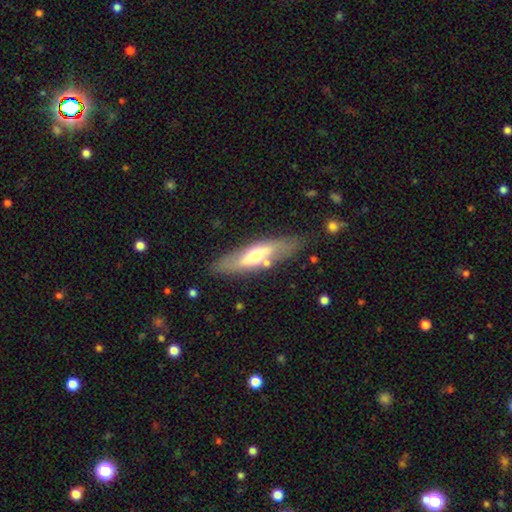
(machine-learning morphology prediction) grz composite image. It shows a featured or disk galaxy (51%) viewed edge-on (50%, tied with no). Merging: none (74%).